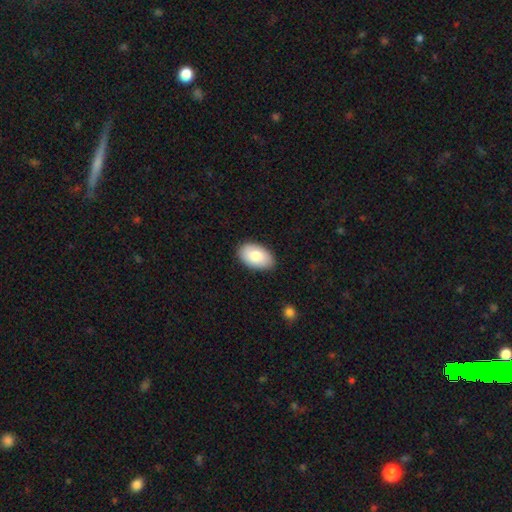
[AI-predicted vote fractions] Smooth or featured: smooth — 83% (featured or disk — 12%)
How rounded: in between — 94% (round — 4%)
Merging: none — 86% (minor disturbance — 11%)